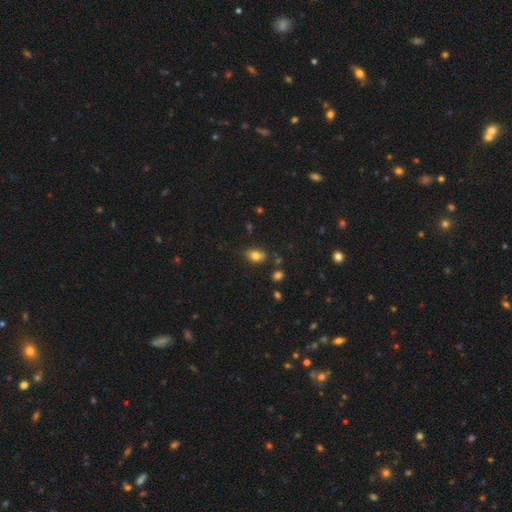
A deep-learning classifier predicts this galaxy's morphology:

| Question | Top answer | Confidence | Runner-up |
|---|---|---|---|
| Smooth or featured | smooth | 78% | star or artifact (11%) |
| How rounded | in between | 73% | round (25%) |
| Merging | none | 72% | minor disturbance (19%) |